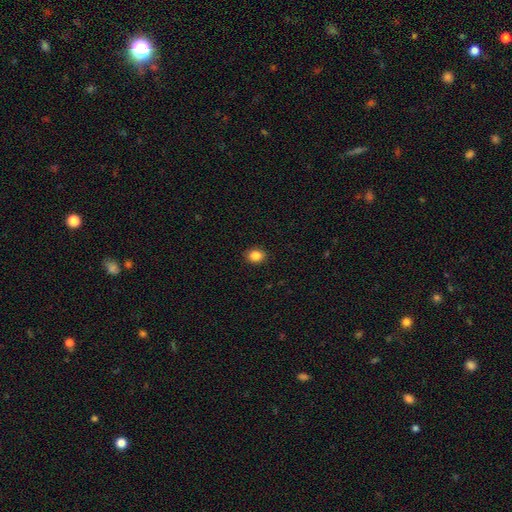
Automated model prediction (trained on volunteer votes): The model was most divided on "how rounded": round: 51%, in between: 48%, cigar-shaped: 1%. More confident: merging — none (90%); smooth or featured — smooth (86%).